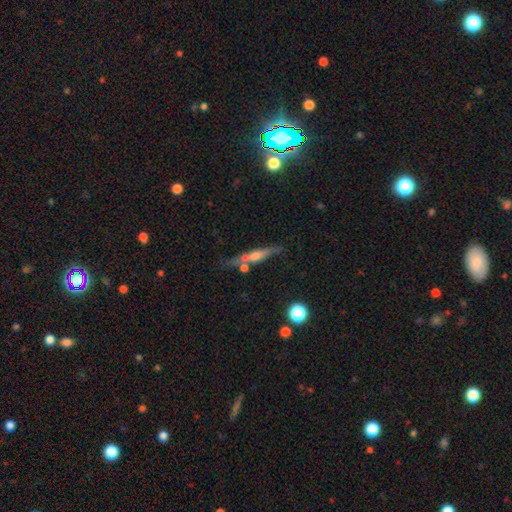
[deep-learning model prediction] A featured or disk galaxy (54%) viewed edge-on (88%).

Vote fractions:
- Smooth or featured? featured or disk: 54% / smooth: 37% / star or artifact: 9%
- Edge-on disk? yes: 88% / no: 12%
- Merging? none: 60% / merger: 17% / minor disturbance: 17% / major disturbance: 6%